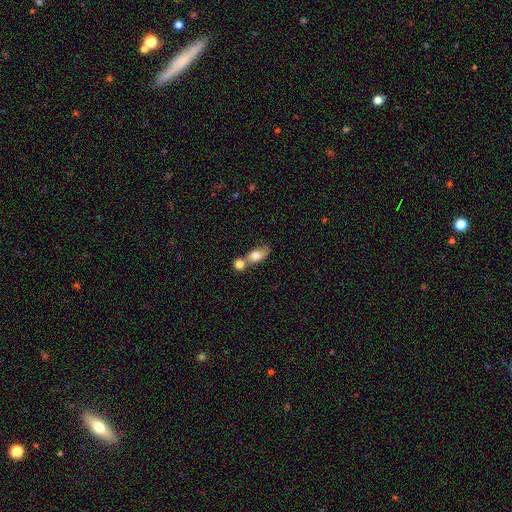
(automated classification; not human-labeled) smooth 77%, featured or disk 15%, star or artifact 8%. Down the decision tree: how rounded — in between (72%); merging — merger (61%).